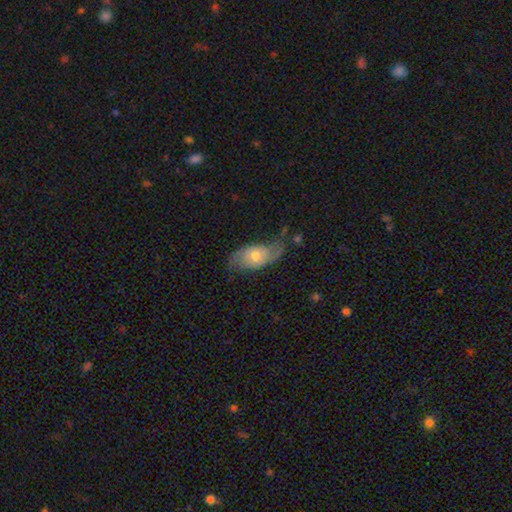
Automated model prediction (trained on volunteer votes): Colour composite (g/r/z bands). It shows a smooth galaxy with no disk features (51%) that is in between round and cigar-shaped (89%). Merging: none (49%).